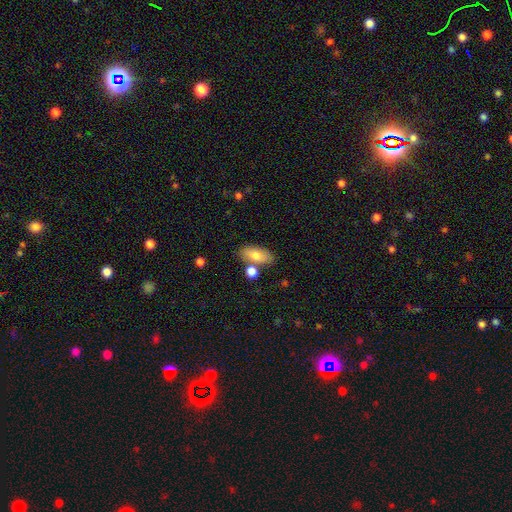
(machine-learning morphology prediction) smooth 75%, featured or disk 18%, star or artifact 7%. Down the decision tree: how rounded — in between (87%); merging — none (69%).